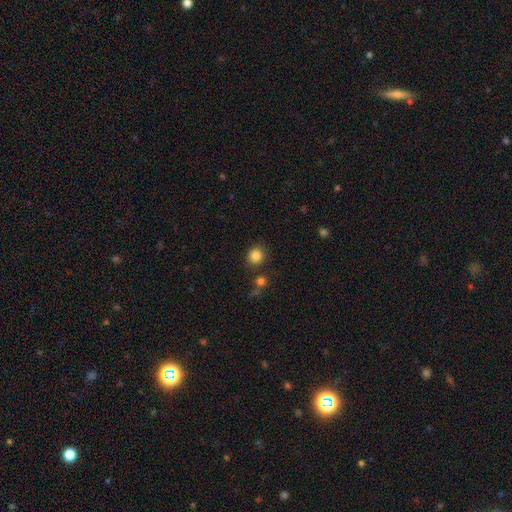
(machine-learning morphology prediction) Q: Smooth or featured?
A: smooth (85%); runner-up: star or artifact (11%)
Q: How rounded?
A: round (86%); runner-up: in between (13%)
Q: Merging?
A: none (81%); runner-up: minor disturbance (9%)